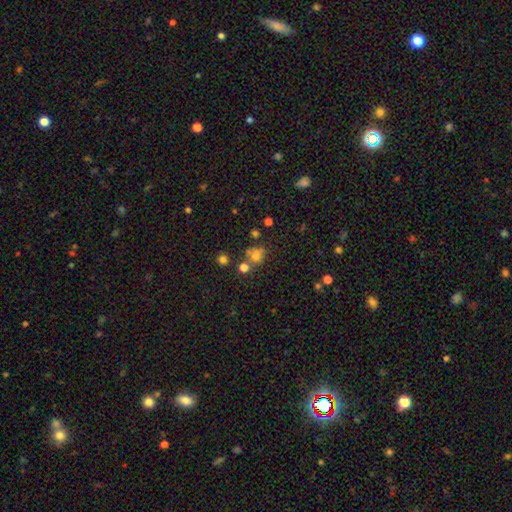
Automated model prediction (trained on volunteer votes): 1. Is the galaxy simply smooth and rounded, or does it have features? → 63% smooth, 25% star or artifact, 12% featured or disk.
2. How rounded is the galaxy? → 63% round, 35% in between, 1% cigar-shaped.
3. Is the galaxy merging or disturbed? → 50% none, 25% merger, 15% minor disturbance, 9% major disturbance.